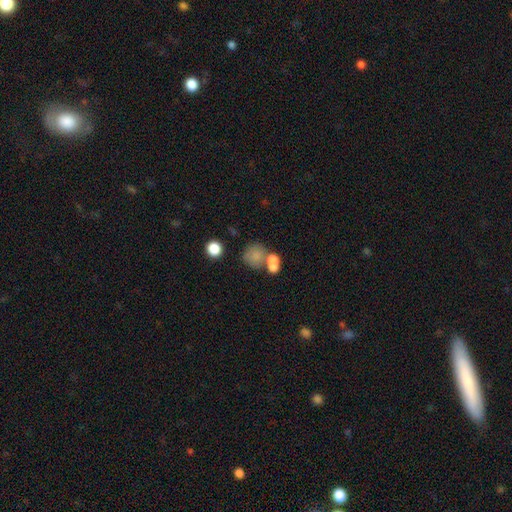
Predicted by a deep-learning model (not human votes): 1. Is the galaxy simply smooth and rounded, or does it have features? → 72% smooth, 16% featured or disk, 12% star or artifact.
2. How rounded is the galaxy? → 74% round, 25% in between, 1% cigar-shaped.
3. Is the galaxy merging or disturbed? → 47% merger, 34% none, 10% minor disturbance, 9% major disturbance.